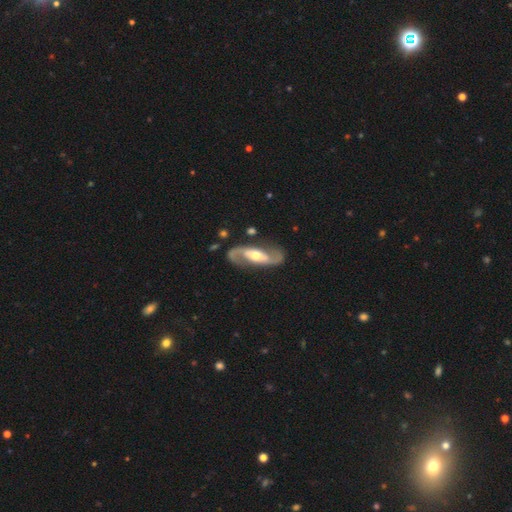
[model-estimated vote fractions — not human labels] The model was most divided on "spiral winding": loose: 46%, medium: 41%, tight: 13%. Remaining: spiral arms — yes (96%); edge-on disk — no (95%); spiral arm count — 2 (93%); smooth or featured — featured or disk (89%); merging — none (80%); bulge size — moderate (68%); bar — no (40%).